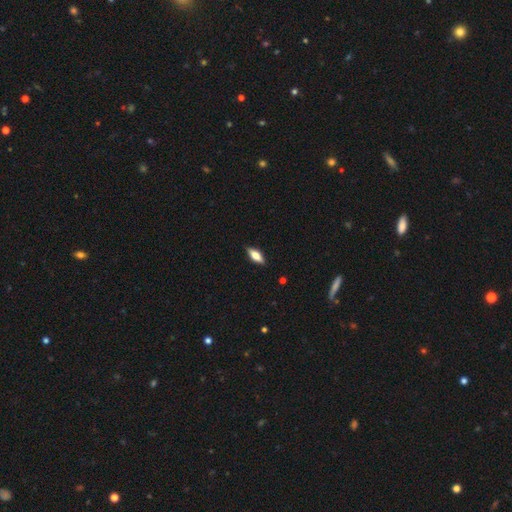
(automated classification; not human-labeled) smooth-or-featured: smooth: 57% | featured or disk: 36% | star or artifact: 7%
  how-rounded: in between: 69% | cigar-shaped: 28% | round: 3%
  merging: none: 88% | minor disturbance: 9% | major disturbance: 2% | merger: 1%